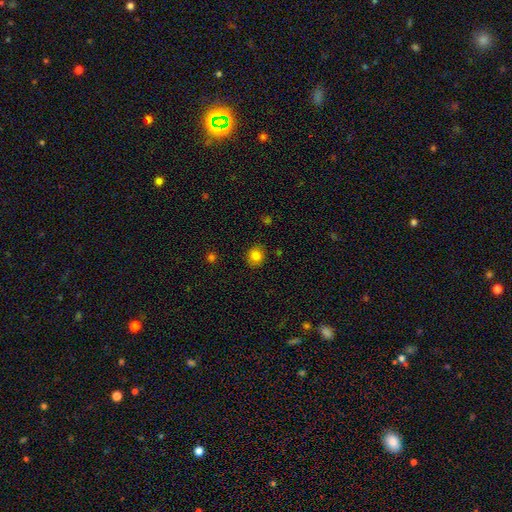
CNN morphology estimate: Smooth or featured?
  - smooth: 83% *
  - star or artifact: 12%
  - featured or disk: 5%
How rounded?
  - round: 79% *
  - in between: 20%
  - cigar-shaped: 1%
Merging?
  - none: 86% *
  - minor disturbance: 10%
  - major disturbance: 3%
  - merger: 2%